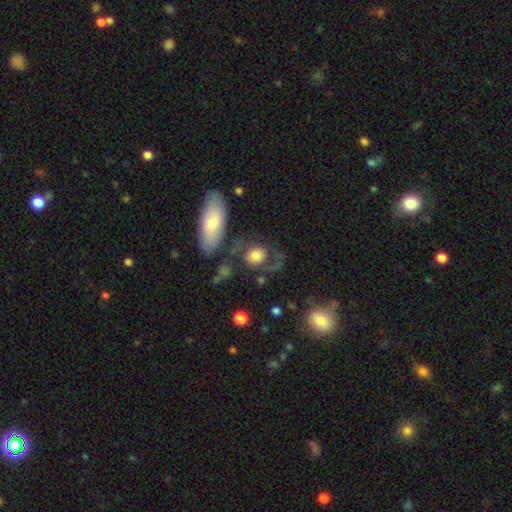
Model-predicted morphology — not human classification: smooth_or_featured: smooth (p=0.51) [alt: featured or disk p=0.40]
how_rounded: round (p=0.54) [alt: in between p=0.44]
merging: none (p=0.50) [alt: major disturbance p=0.21]